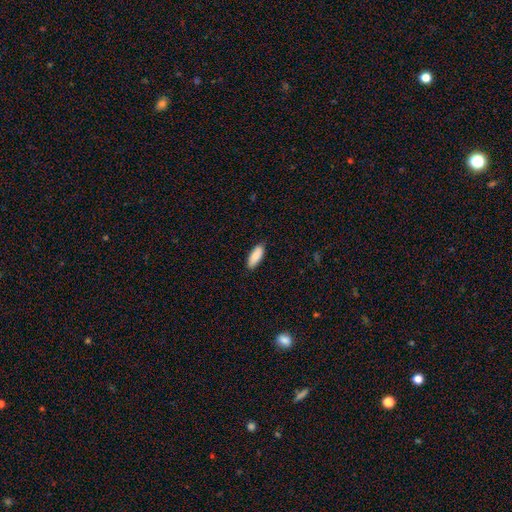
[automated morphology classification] Smooth or featured? Predicted: smooth (p=0.89). How rounded? Predicted: in between (p=0.75). Merging? Predicted: none (p=0.87).